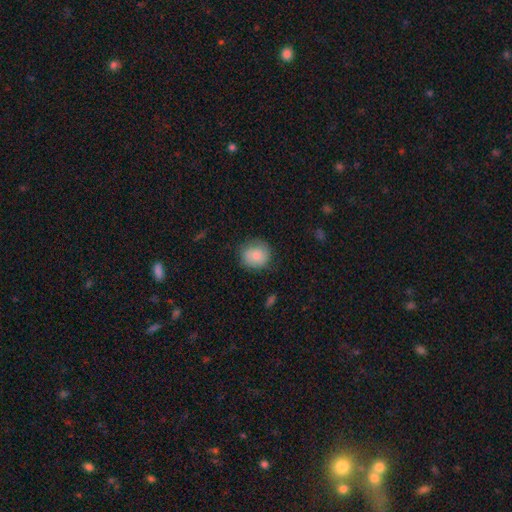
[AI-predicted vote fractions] The model was most divided on "merging": none: 75%, minor disturbance: 19%, major disturbance: 5%, merger: 1%. More confident: how rounded — round (82%); smooth or featured — smooth (79%).